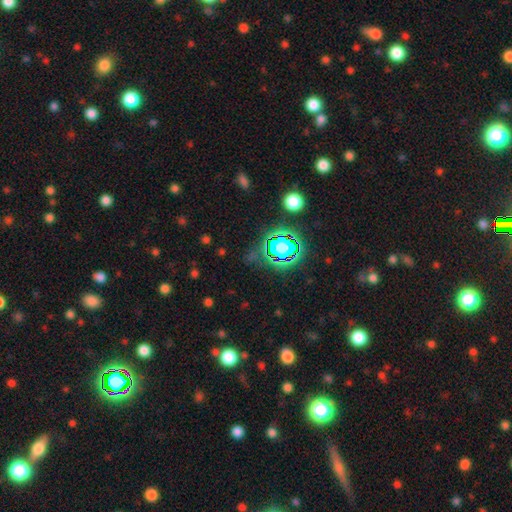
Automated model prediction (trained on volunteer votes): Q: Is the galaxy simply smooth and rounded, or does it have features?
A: star or artifact — 67%.